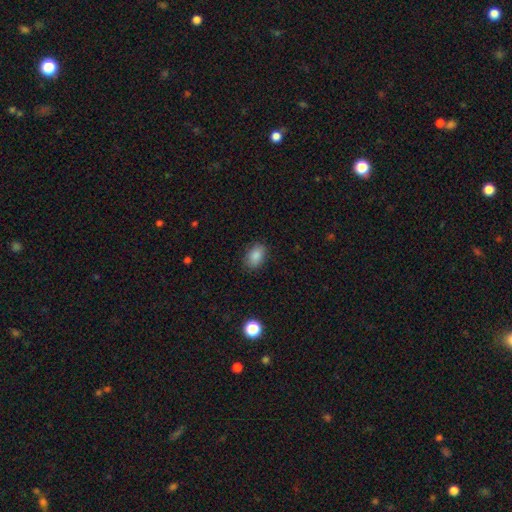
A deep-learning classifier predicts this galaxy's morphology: The model was most divided on "how rounded": in between: 86%, round: 12%, cigar-shaped: 1%. More confident: smooth or featured — smooth (87%); merging — none (85%).